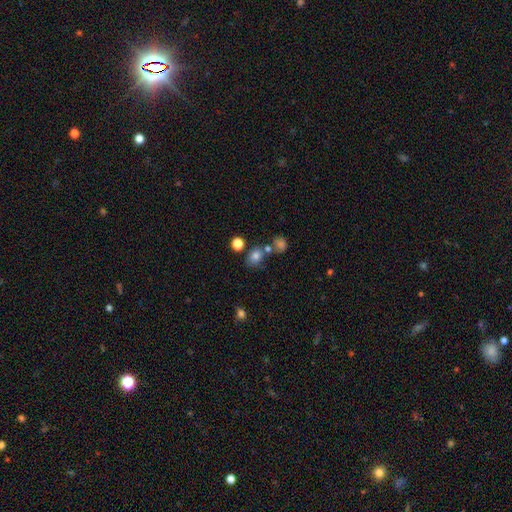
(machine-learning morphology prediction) smooth 77%, star or artifact 13%, featured or disk 9%. Down the decision tree: how rounded — in between (54%); merging — none (60%).